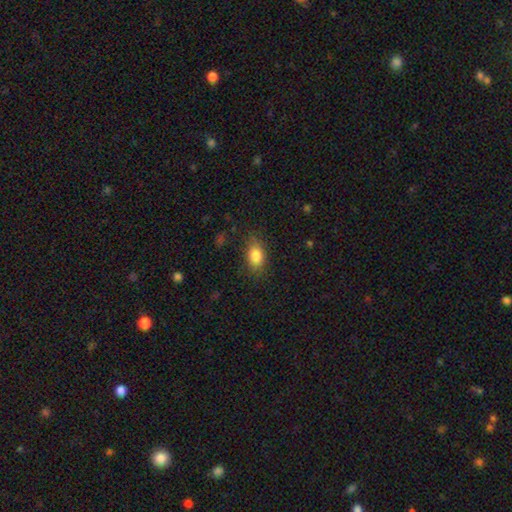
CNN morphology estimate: Smooth or featured? Predicted: smooth (p=0.84). How rounded? Predicted: in between (p=0.85). Merging? Predicted: none (p=0.77).